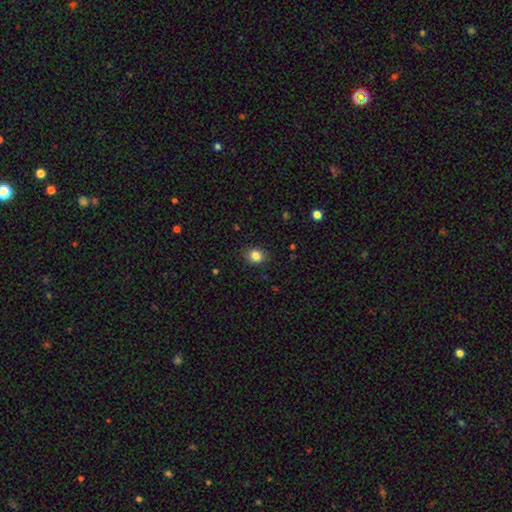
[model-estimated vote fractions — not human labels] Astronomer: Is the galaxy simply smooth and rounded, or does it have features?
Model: smooth — 84%.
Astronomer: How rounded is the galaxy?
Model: round — 64%.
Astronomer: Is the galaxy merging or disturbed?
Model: none — 87%.